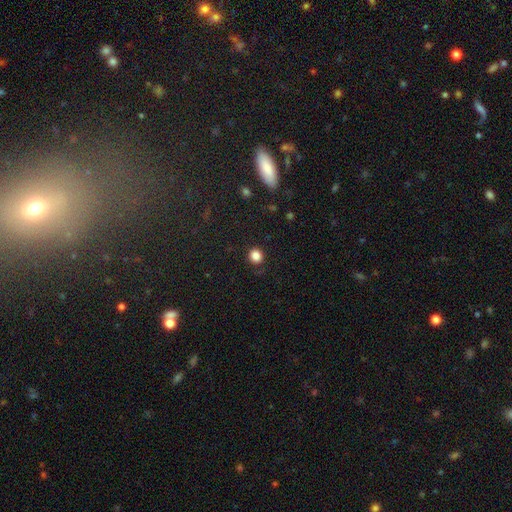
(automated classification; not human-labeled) This appears to be a smooth galaxy with no disk features (84%) that is round (87%). Merging: none (88%).